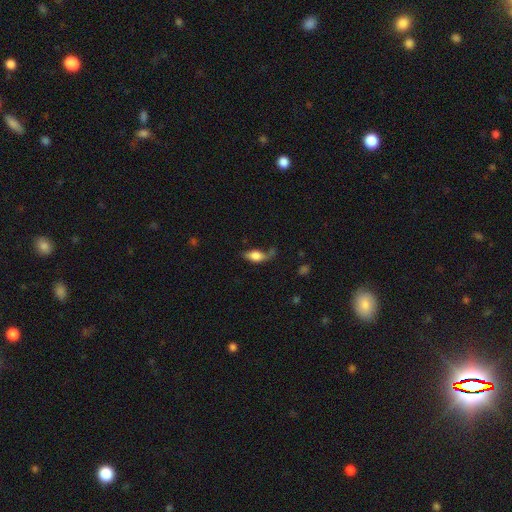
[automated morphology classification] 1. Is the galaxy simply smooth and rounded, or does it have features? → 68% smooth, 24% featured or disk, 8% star or artifact.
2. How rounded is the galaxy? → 81% in between, 11% cigar-shaped, 7% round.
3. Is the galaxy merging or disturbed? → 36% none, 30% minor disturbance, 25% major disturbance, 9% merger.